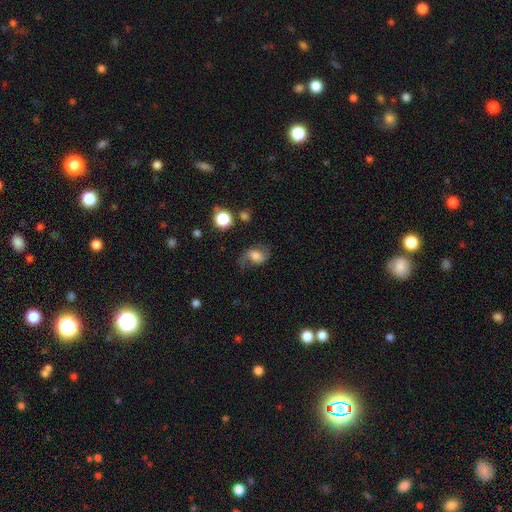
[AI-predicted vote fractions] Q: Smooth or featured?
A: featured or disk (52%); runner-up: smooth (37%)
Q: Edge-on disk?
A: no (97%); runner-up: yes (3%)
Q: Bar?
A: no (52%); runner-up: weak (38%)
Q: Spiral arms?
A: yes (89%); runner-up: no (11%)
Q: Bulge size?
A: moderate (37%); runner-up: large (33%)
Q: Merging?
A: none (52%); runner-up: minor disturbance (23%)